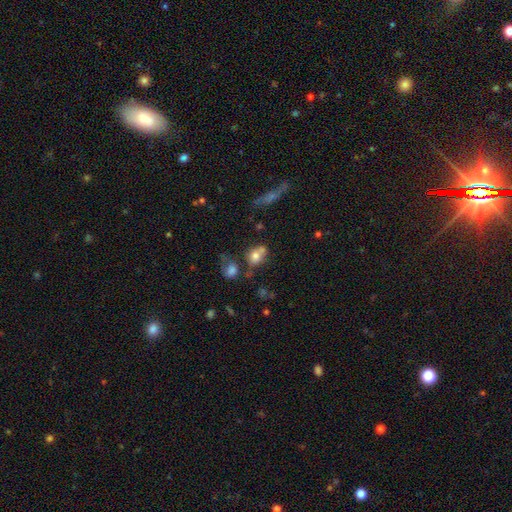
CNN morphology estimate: smooth 73%, featured or disk 15%, star or artifact 12%. Down the decision tree: how rounded — in between (54%); merging — none (44%).